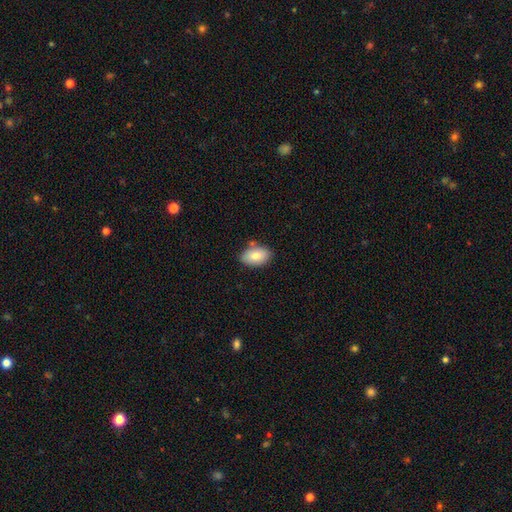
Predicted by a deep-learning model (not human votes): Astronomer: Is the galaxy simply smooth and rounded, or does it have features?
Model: smooth — 80%.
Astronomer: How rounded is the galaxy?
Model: in between — 91%.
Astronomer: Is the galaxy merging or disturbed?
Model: none — 76%.